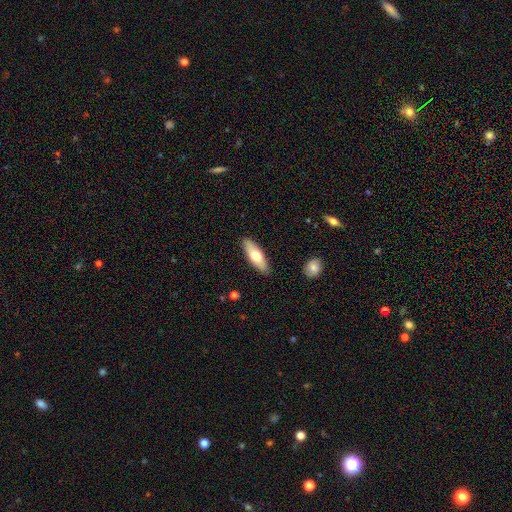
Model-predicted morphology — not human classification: Smooth or featured? Predicted: smooth (p=0.64). How rounded? Predicted: in between (p=0.58). Merging? Predicted: none (p=0.89).